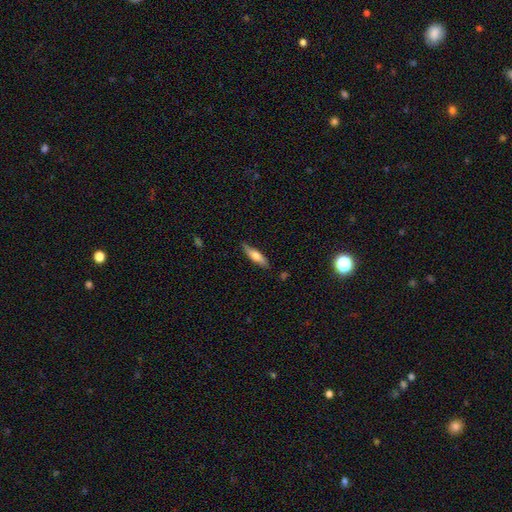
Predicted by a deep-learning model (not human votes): smooth_or_featured: smooth (p=0.62) [alt: featured or disk p=0.32]
how_rounded: cigar-shaped (p=0.64) [alt: in between p=0.34]
merging: none (p=0.82) [alt: minor disturbance p=0.14]